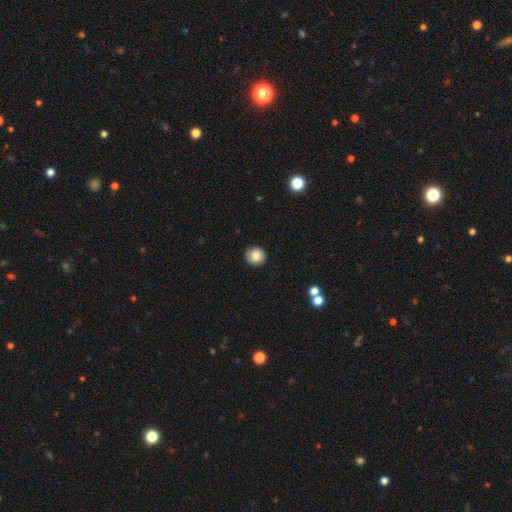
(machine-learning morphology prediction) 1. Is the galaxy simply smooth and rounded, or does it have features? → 83% smooth, 9% star or artifact, 8% featured or disk.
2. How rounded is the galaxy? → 92% round, 7% in between, 1% cigar-shaped.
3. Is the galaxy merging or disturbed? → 91% none, 6% minor disturbance, 2% major disturbance, 1% merger.